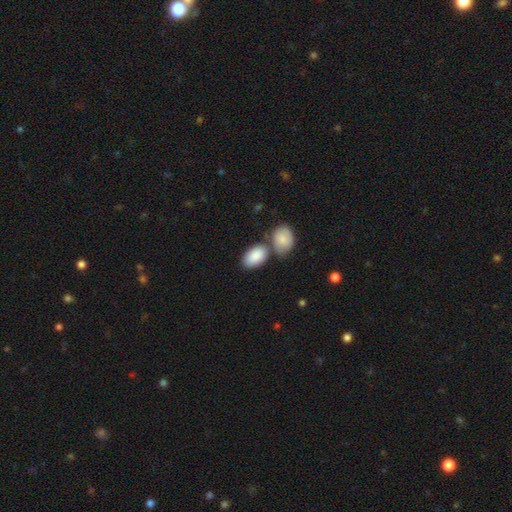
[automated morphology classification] smooth 88%, featured or disk 6%, star or artifact 5%. Down the decision tree: how rounded — in between (93%); merging — none (51%).